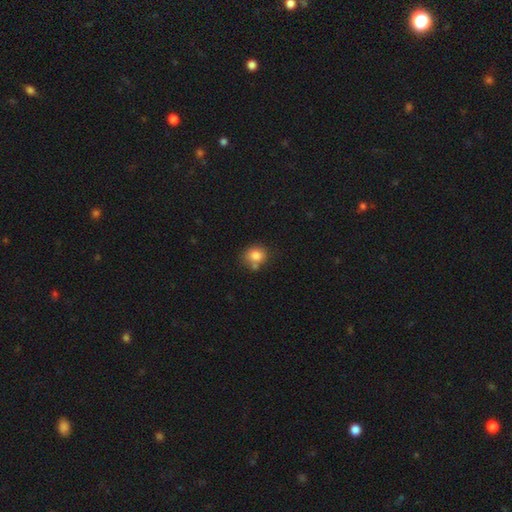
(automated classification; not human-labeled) This appears to be a smooth galaxy with no disk features (82%) that is round (74%). Merging: none (64%).